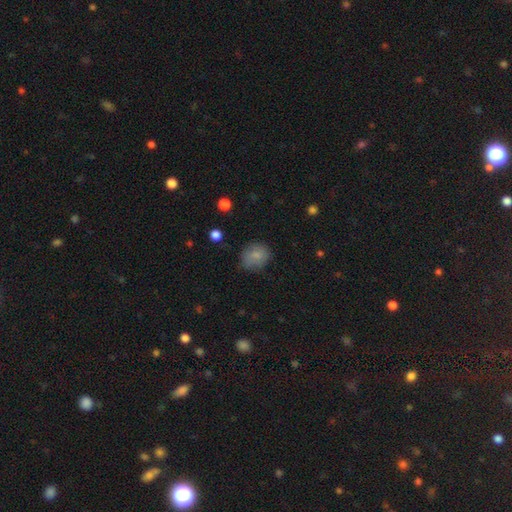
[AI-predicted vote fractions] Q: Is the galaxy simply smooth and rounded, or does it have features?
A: smooth — 82%.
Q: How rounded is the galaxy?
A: round — 62%.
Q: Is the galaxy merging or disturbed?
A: none — 72%.